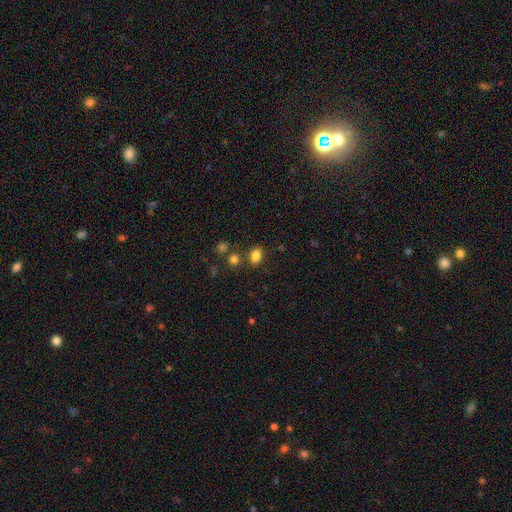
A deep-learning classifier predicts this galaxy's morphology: Smooth or featured? smooth (83%)
How rounded? in between (74%)
Merging? none (77%)